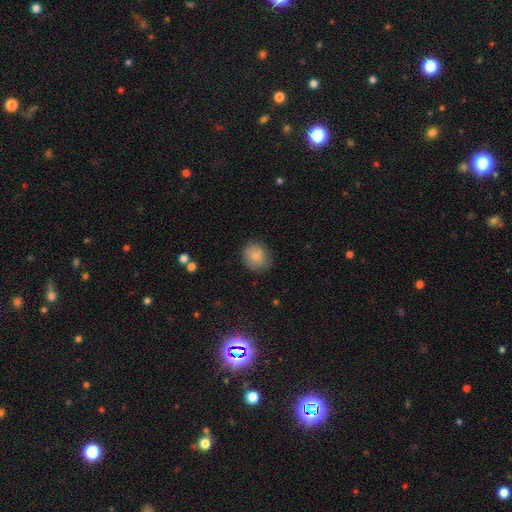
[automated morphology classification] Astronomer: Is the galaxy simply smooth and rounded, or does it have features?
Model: smooth — 80%.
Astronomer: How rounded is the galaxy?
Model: round — 74%.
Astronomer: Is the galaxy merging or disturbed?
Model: none — 75%.